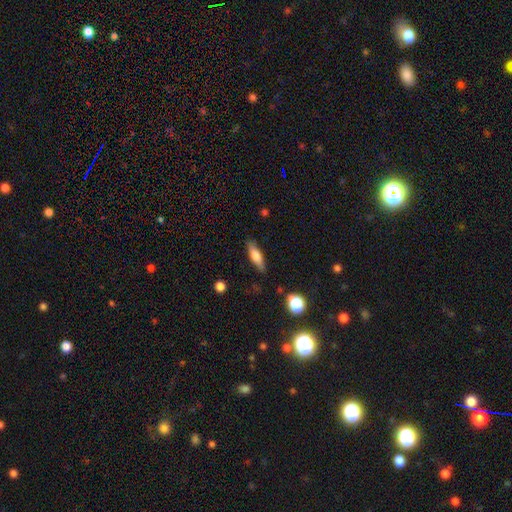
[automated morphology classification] Q: Smooth or featured?
A: smooth (67%); runner-up: featured or disk (26%)
Q: How rounded?
A: cigar-shaped (54%); runner-up: in between (43%)
Q: Merging?
A: none (84%); runner-up: minor disturbance (12%)